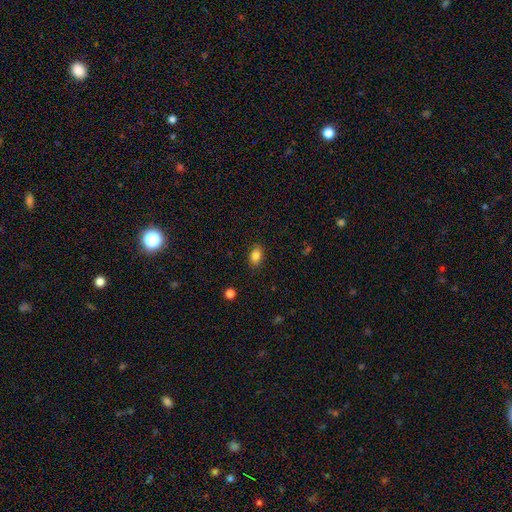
Volunteers were most divided on "merging": none: 66%, minor disturbance: 26%, major disturbance: 9%, merger: 0%. More confident: how rounded — in between (79%); smooth or featured — smooth (74%).